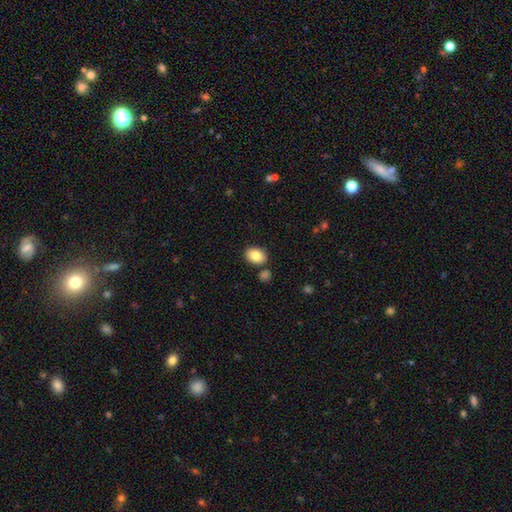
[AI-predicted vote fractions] Smooth or featured: smooth — 84% (featured or disk — 8%)
How rounded: in between — 79% (round — 20%)
Merging: none — 81% (minor disturbance — 10%)